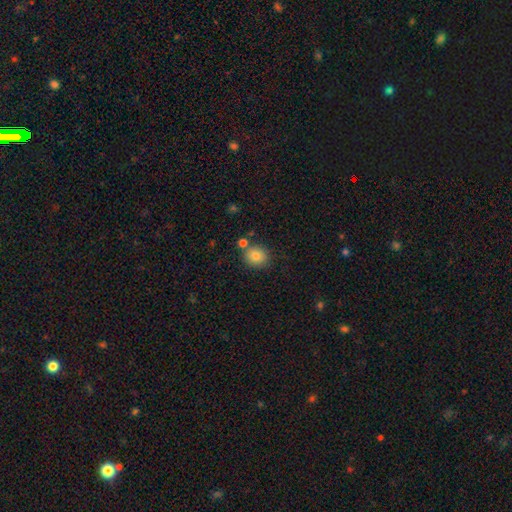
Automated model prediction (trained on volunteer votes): The model was most divided on "how rounded": round: 79%, in between: 20%, cigar-shaped: 1%. More confident: smooth or featured — smooth (82%); merging — none (74%).